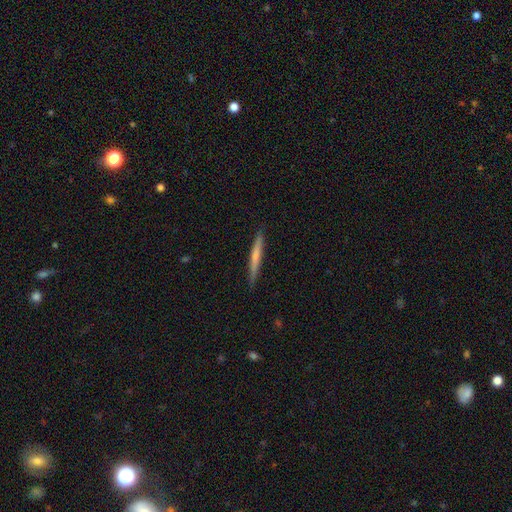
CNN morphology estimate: The model was most divided on "smooth or featured": smooth: 57%, featured or disk: 38%, star or artifact: 5%. More confident: how rounded — cigar-shaped (96%); merging — none (88%).